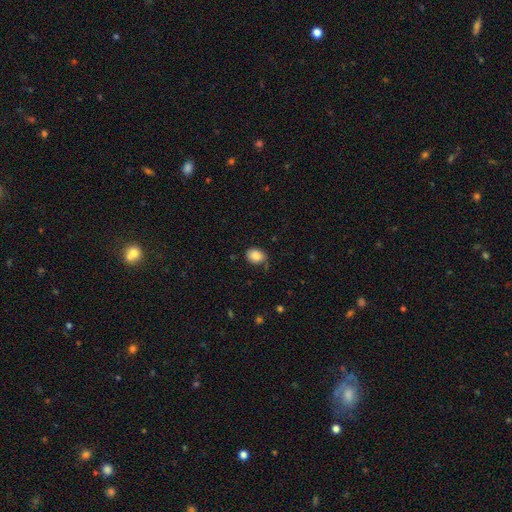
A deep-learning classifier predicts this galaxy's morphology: This appears to be a smooth galaxy with no disk features (85%) that is in between round and cigar-shaped (66%). Merging: none (70%).